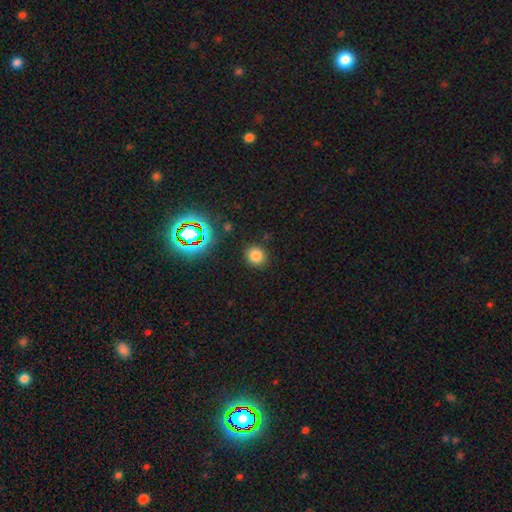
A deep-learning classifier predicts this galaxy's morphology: A smooth galaxy with no disk features (77%) that is round (87%). Merging: none (87%).